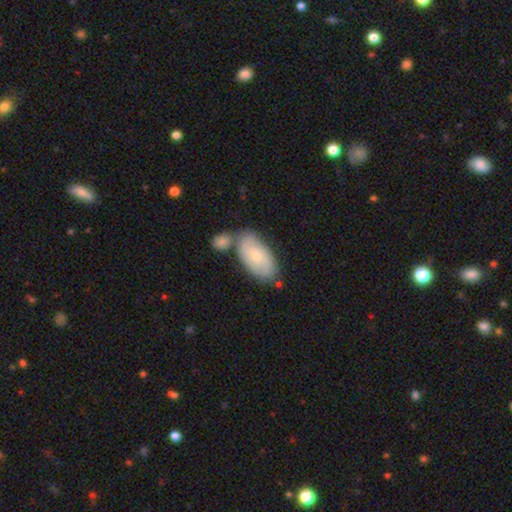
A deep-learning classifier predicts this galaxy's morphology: Overall: smooth (57%; featured or disk 37%). How rounded: in between (93%). Merging: none (55%; merger 24%).